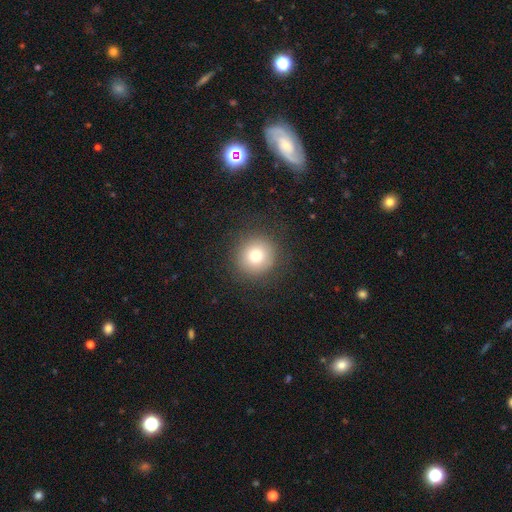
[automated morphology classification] Q: Smooth or featured?
A: smooth (77%); runner-up: star or artifact (12%)
Q: How rounded?
A: round (93%); runner-up: in between (6%)
Q: Merging?
A: none (88%); runner-up: minor disturbance (7%)